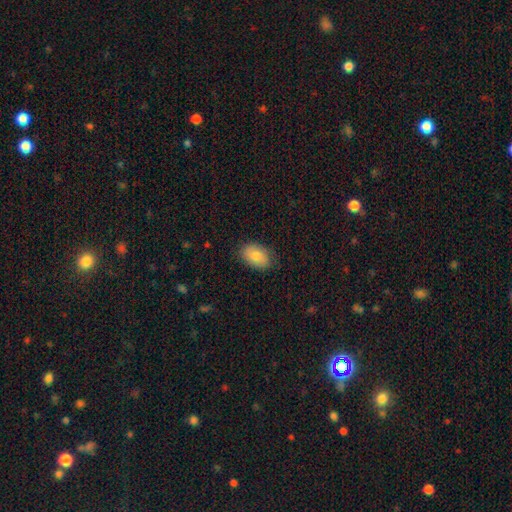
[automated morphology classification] A smooth galaxy with no disk features (80%) that is in between round and cigar-shaped (88%). Merging: none (84%).